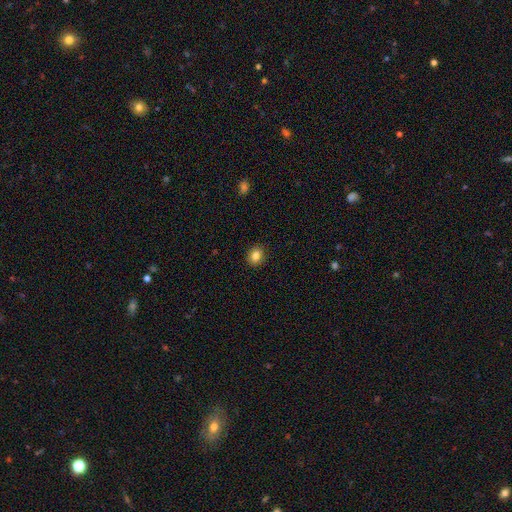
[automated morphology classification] smooth_or_featured: smooth (p=0.85) [alt: star or artifact p=0.10]
how_rounded: round (p=0.54) [alt: in between p=0.45]
merging: none (p=0.90) [alt: minor disturbance p=0.07]